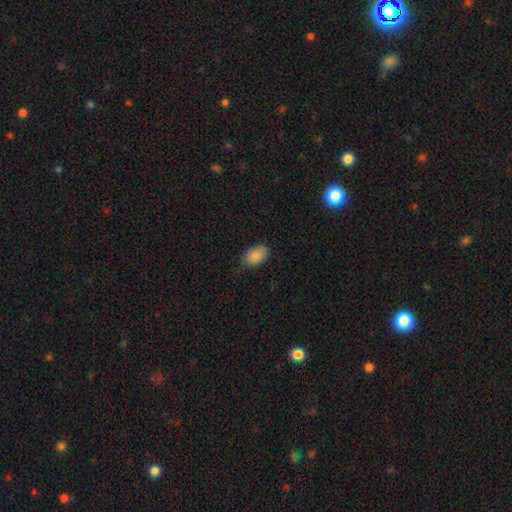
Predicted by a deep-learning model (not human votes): smooth-or-featured: smooth: 88% | star or artifact: 7% | featured or disk: 5%
  how-rounded: in between: 91% | round: 8% | cigar-shaped: 1%
  merging: none: 71% | minor disturbance: 24% | major disturbance: 4% | merger: 1%